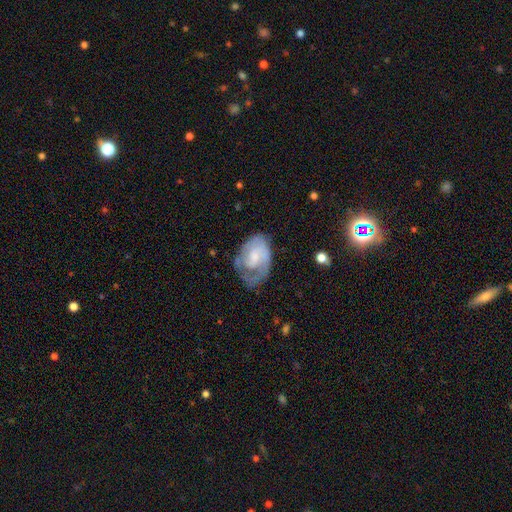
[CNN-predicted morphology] A featured or disk galaxy (62%) with no bar (58%), spiral arms (79%) and a small central bulge (43%).

Vote fractions:
- Smooth or featured? featured or disk: 62% / smooth: 32% / star or artifact: 6%
- Edge-on disk? no: 97% / yes: 3%
- Bar? no: 58% / weak: 36% / strong: 6%
- Spiral arms? yes: 79% / no: 21%
- Bulge size? small: 43% / moderate: 35% / none: 14% / large: 6% / dominant: 1%
- Merging? none: 45% / minor disturbance: 28% / major disturbance: 25% / merger: 2%